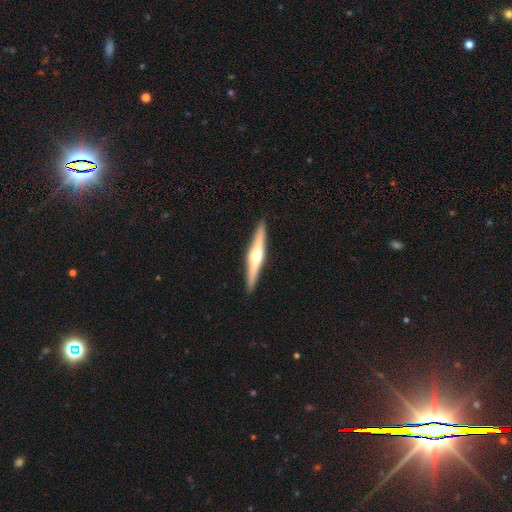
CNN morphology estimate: smooth_or_featured: featured or disk (p=0.75) [alt: smooth p=0.20]
disk_edge_on: yes (p=0.98) [alt: no p=0.02]
edge_on_bulge: rounded (p=0.94) [alt: boxy p=0.03]
merging: none (p=0.92) [alt: minor disturbance p=0.06]